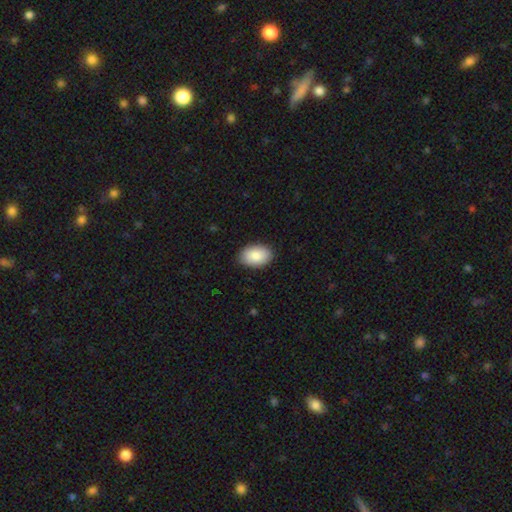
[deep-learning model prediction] smooth 88%, star or artifact 6%, featured or disk 6%. Down the decision tree: how rounded — in between (91%); merging — none (88%).